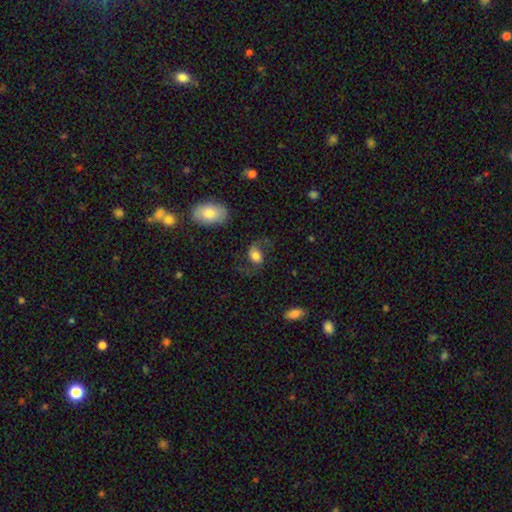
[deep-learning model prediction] Q: Smooth or featured?
A: featured or disk (59%); runner-up: smooth (33%)
Q: Edge-on disk?
A: no (97%); runner-up: yes (3%)
Q: Bar?
A: no (52%); runner-up: weak (34%)
Q: Spiral arms?
A: yes (89%); runner-up: no (11%)
Q: Spiral winding?
A: loose (64%); runner-up: medium (29%)
Q: Spiral arm count?
A: 2 (89%); runner-up: 1 (6%)
Q: Bulge size?
A: moderate (47%); runner-up: large (32%)
Q: Merging?
A: none (62%); runner-up: major disturbance (19%)